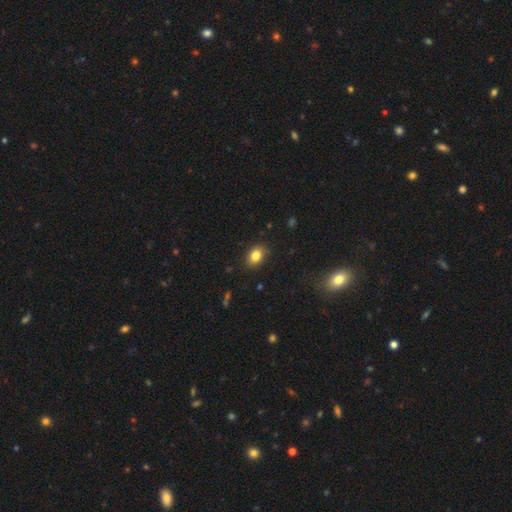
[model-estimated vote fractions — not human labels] The model was most divided on "how rounded": in between: 74%, round: 25%, cigar-shaped: 1%. More confident: merging — none (86%); smooth or featured — smooth (83%).